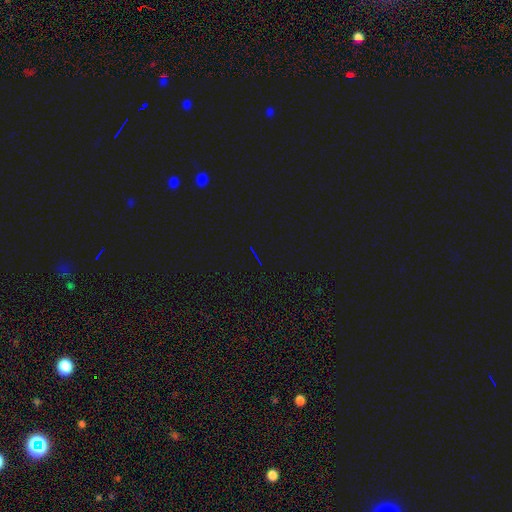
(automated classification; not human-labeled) A star or artifact, not a galaxy (79%).

Vote fractions:
- Smooth or featured? star or artifact: 79% / smooth: 11% / featured or disk: 10%